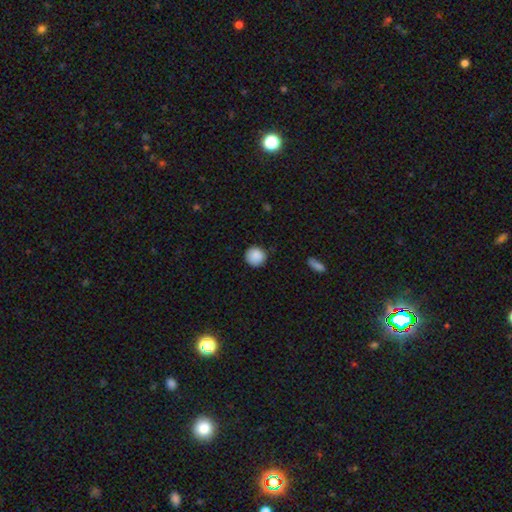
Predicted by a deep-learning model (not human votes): smooth_or_featured: smooth (p=0.89) [alt: star or artifact p=0.08]
how_rounded: round (p=0.94) [alt: in between p=0.05]
merging: none (p=0.87) [alt: minor disturbance p=0.10]